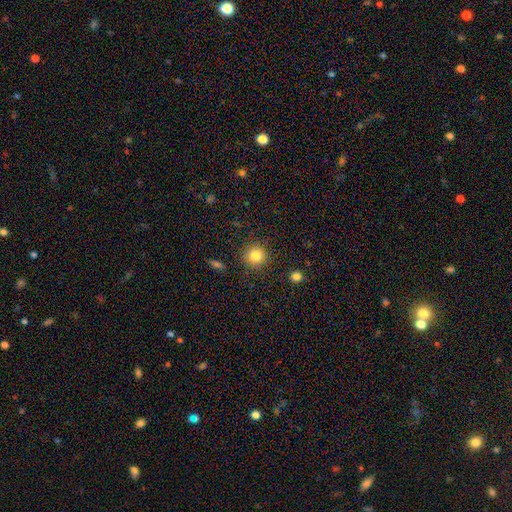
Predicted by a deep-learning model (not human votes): Smooth or featured?
  - smooth: 82% *
  - star or artifact: 11%
  - featured or disk: 6%
How rounded?
  - round: 93% *
  - in between: 6%
  - cigar-shaped: 1%
Merging?
  - none: 89% *
  - minor disturbance: 7%
  - major disturbance: 2%
  - merger: 2%